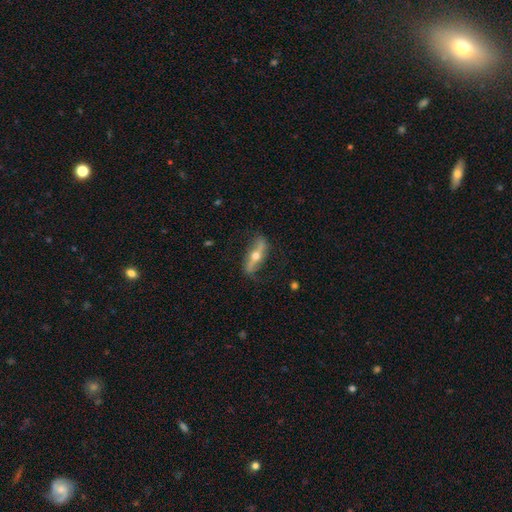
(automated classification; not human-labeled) Q: Smooth or featured?
A: featured or disk (69%); runner-up: smooth (25%)
Q: Edge-on disk?
A: yes (54%); runner-up: no (46%)
Q: Merging?
A: none (77%); runner-up: minor disturbance (16%)